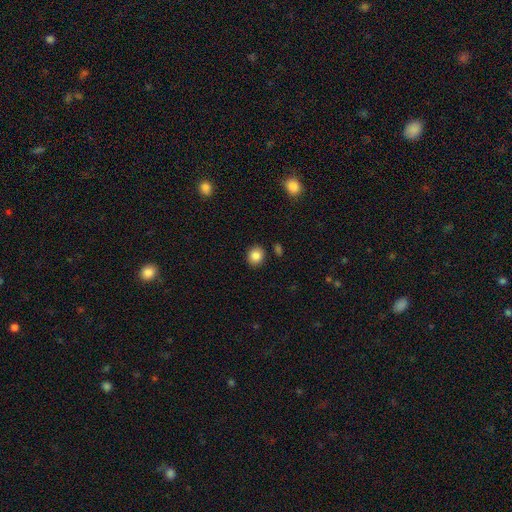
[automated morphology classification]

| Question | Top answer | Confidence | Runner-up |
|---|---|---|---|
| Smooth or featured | smooth | 86% | star or artifact (9%) |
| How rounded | round | 75% | in between (24%) |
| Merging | none | 88% | minor disturbance (7%) |